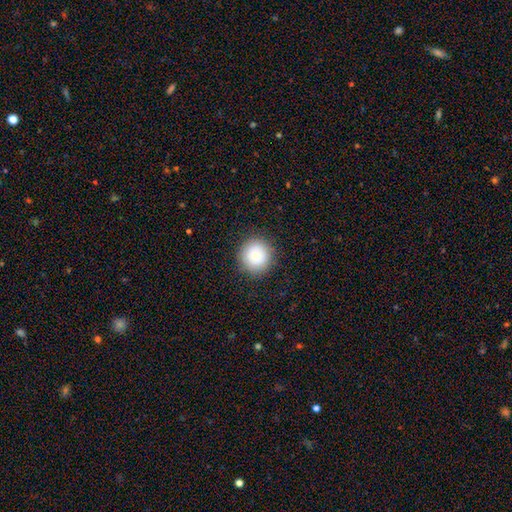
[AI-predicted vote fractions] Smooth or featured? smooth (73%)
How rounded? round (95%)
Merging? none (89%)